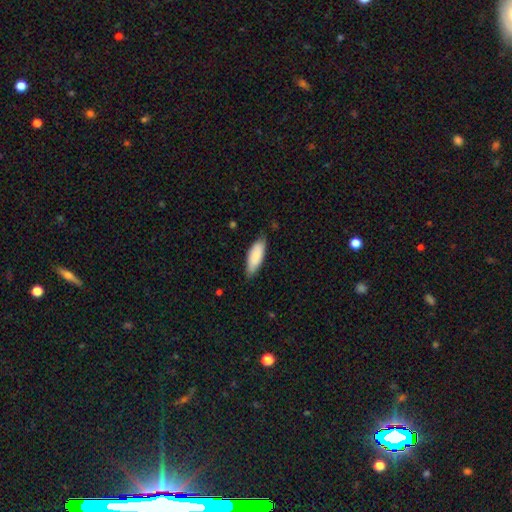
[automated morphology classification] Smooth or featured: smooth — 86% (featured or disk — 9%)
How rounded: in between — 67% (cigar-shaped — 31%)
Merging: none — 78% (minor disturbance — 18%)